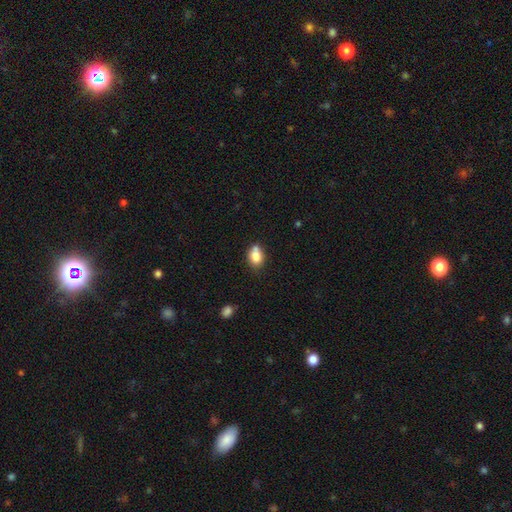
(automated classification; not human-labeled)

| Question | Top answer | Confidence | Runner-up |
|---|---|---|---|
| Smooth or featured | smooth | 82% | star or artifact (9%) |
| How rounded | in between | 73% | round (26%) |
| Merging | none | 53% | merger (21%) |